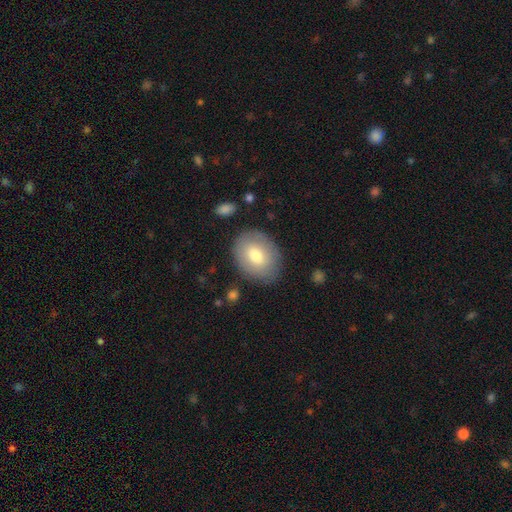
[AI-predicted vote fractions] The model was most divided on "how rounded": in between: 65%, round: 34%, cigar-shaped: 1%. More confident: merging — none (81%); smooth or featured — smooth (71%).